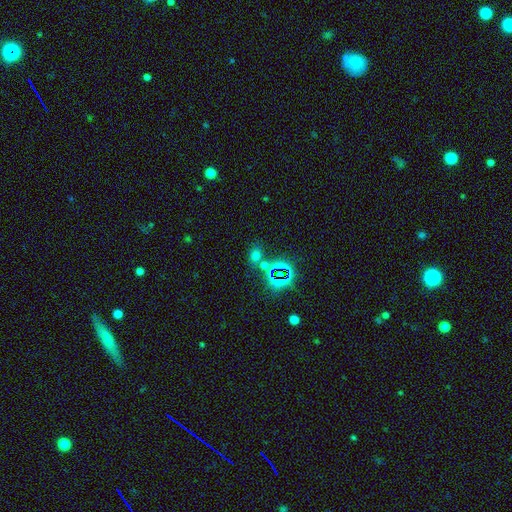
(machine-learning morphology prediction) The model was most divided on "smooth or featured": smooth: 53%, star or artifact: 40%, featured or disk: 8%. More confident: merging — none (62%); how rounded — in between (56%).